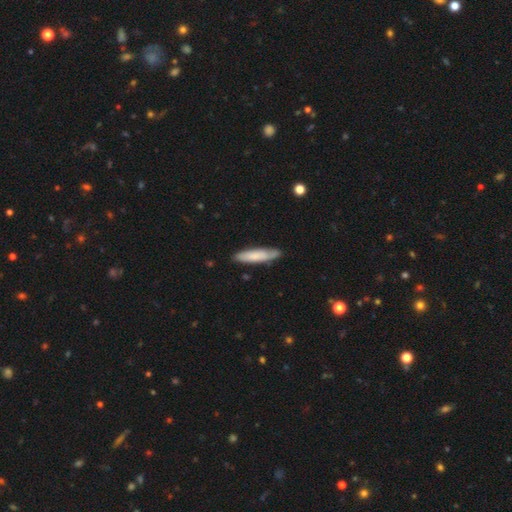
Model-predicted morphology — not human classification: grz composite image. It shows a smooth galaxy with no disk features (73%) that is cigar-shaped (80%). Merging: none (81%).